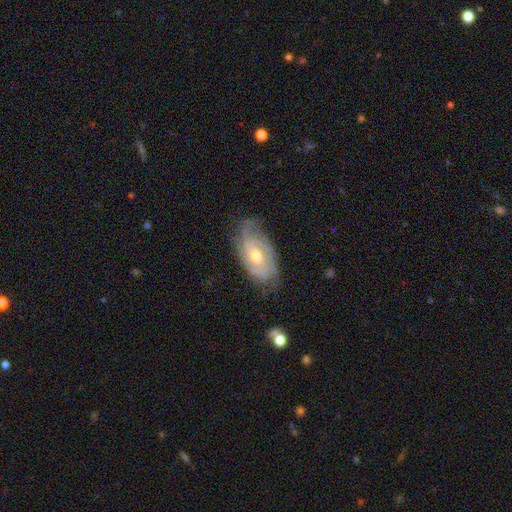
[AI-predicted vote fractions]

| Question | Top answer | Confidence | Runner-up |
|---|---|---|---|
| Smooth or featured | featured or disk | 85% | smooth (10%) |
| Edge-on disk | no | 94% | yes (6%) |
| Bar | no | 61% | weak (32%) |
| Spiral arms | yes | 95% | no (5%) |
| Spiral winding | tight | 61% | medium (31%) |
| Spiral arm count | can't tell | 28% | 3 (27%) |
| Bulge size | moderate | 62% | small (34%) |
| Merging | none | 69% | minor disturbance (23%) |